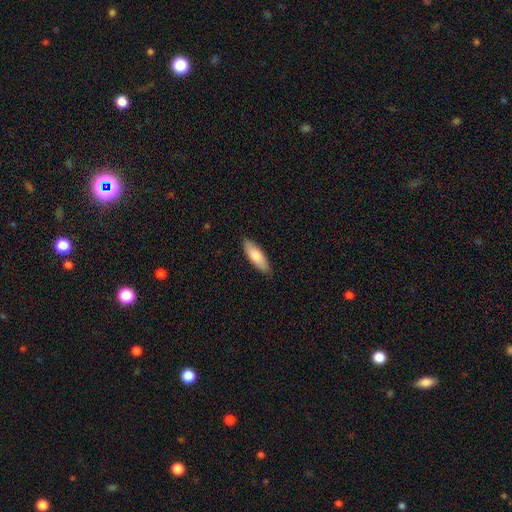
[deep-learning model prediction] Smooth or featured? smooth (80%)
How rounded? in between (60%)
Merging? none (88%)